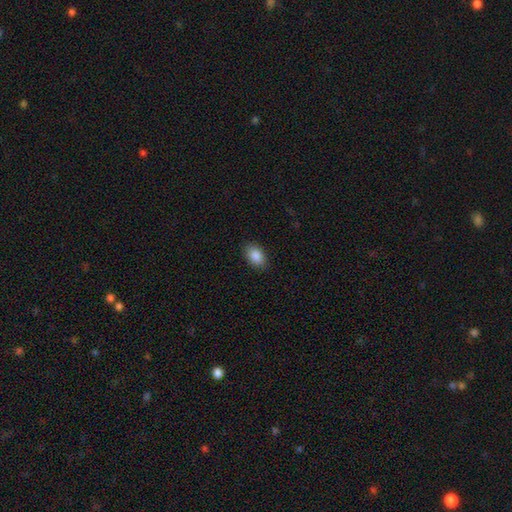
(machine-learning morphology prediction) smooth 89%, star or artifact 7%, featured or disk 4%. Down the decision tree: how rounded — in between (90%); merging — none (88%).